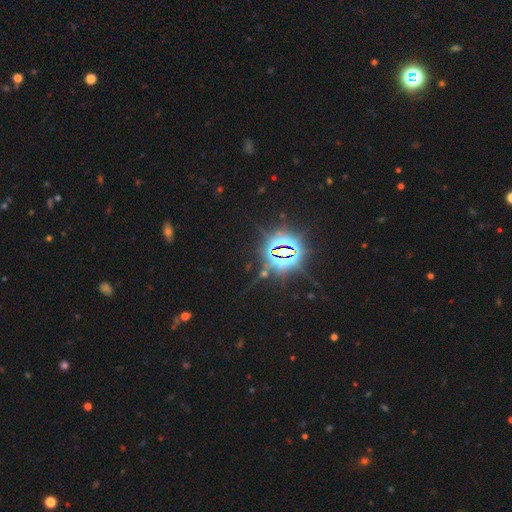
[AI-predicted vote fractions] smooth-or-featured: star or artifact: 85% | smooth: 9% | featured or disk: 6%